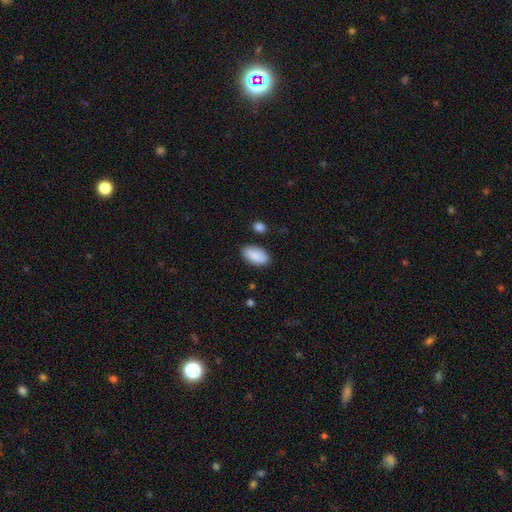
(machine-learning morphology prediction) Smooth or featured: smooth — 89% (star or artifact — 6%)
How rounded: in between — 94% (cigar-shaped — 4%)
Merging: none — 84% (minor disturbance — 11%)